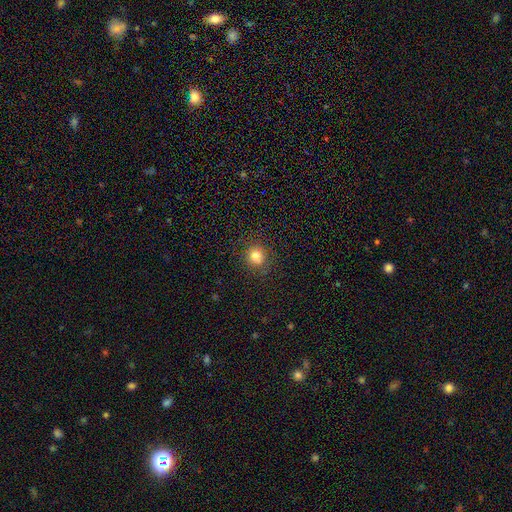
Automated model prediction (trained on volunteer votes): Smooth or featured?
  - smooth: 80% *
  - star or artifact: 13%
  - featured or disk: 7%
How rounded?
  - round: 85% *
  - in between: 14%
  - cigar-shaped: 1%
Merging?
  - none: 86% *
  - minor disturbance: 9%
  - major disturbance: 3%
  - merger: 2%